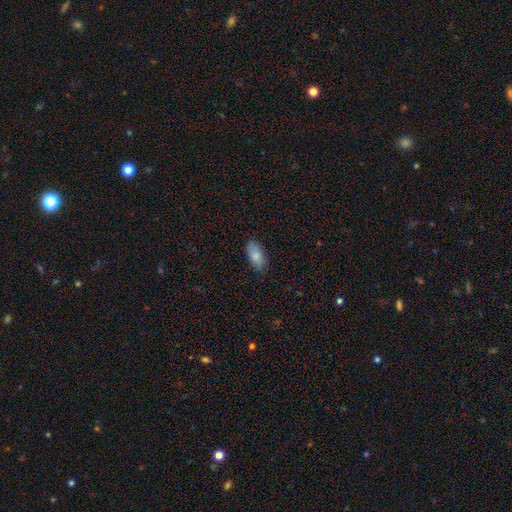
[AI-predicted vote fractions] A smooth galaxy with no disk features (84%) that is in between round and cigar-shaped (91%). Merging: none (81%).